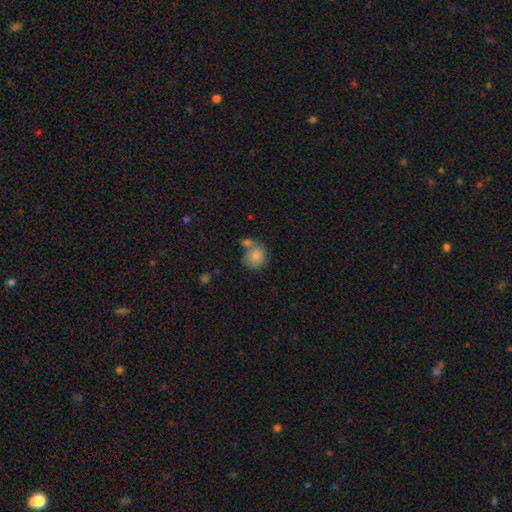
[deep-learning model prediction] smooth-or-featured: smooth: 82% | featured or disk: 10% | star or artifact: 8%
  how-rounded: round: 80% | in between: 19% | cigar-shaped: 1%
  merging: none: 49% | merger: 33% | minor disturbance: 14% | major disturbance: 5%